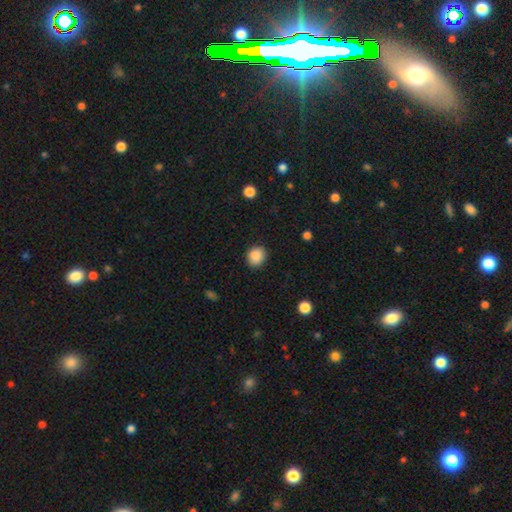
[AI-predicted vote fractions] Overall: smooth (88%). How rounded: round (77%). Merging: none (87%).